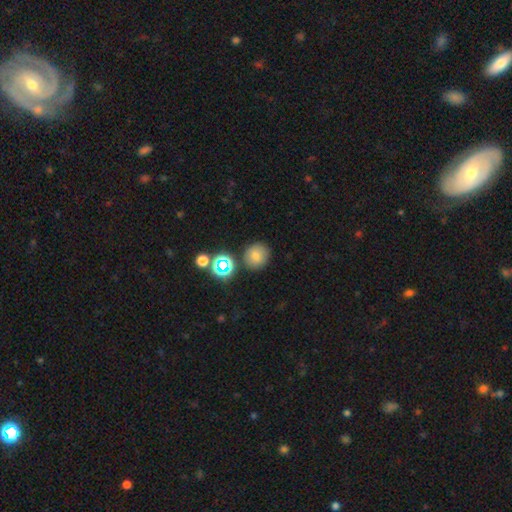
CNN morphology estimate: Smooth or featured? Predicted: smooth (p=0.69). How rounded? Predicted: round (p=0.87). Merging? Predicted: none (p=0.82).